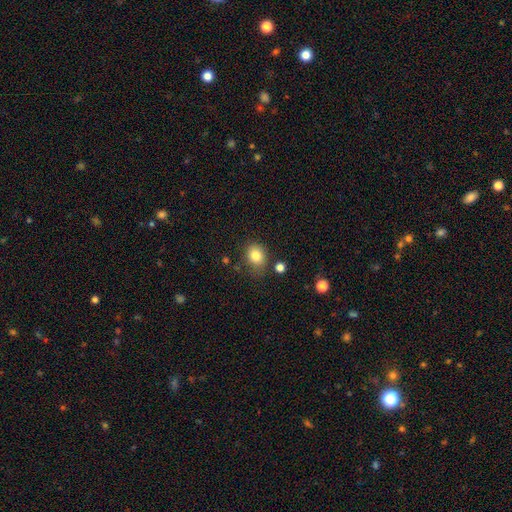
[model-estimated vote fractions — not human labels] smooth 81%, star or artifact 11%, featured or disk 8%. Down the decision tree: how rounded — round (58%); merging — none (71%).